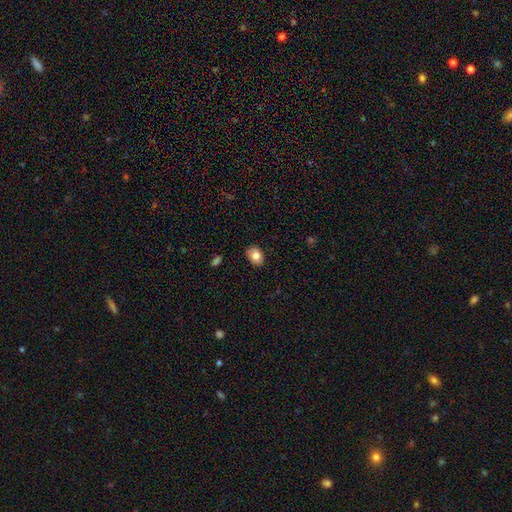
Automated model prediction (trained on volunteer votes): A smooth galaxy with no disk features (82%) that is in between round and cigar-shaped (74%). Merging: none (85%).